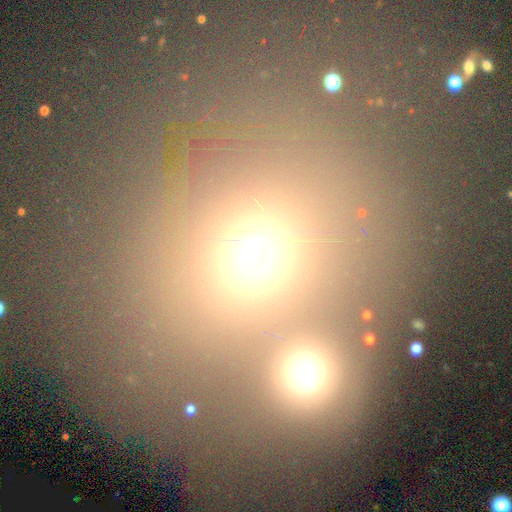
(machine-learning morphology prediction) Q: Smooth or featured?
A: smooth (67%); runner-up: star or artifact (22%)
Q: How rounded?
A: round (72%); runner-up: in between (26%)
Q: Merging?
A: none (46%); runner-up: merger (40%)